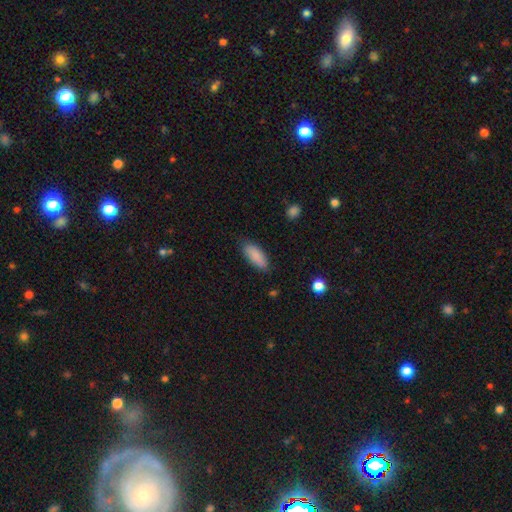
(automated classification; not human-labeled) smooth_or_featured: smooth (p=0.87) [alt: star or artifact p=0.07]
how_rounded: in between (p=0.76) [alt: cigar-shaped p=0.22]
merging: none (p=0.80) [alt: minor disturbance p=0.15]